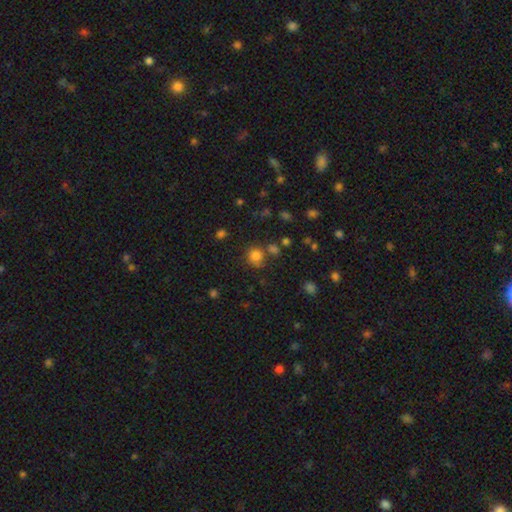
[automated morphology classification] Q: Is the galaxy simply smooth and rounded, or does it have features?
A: smooth — 80%.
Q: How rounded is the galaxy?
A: round — 86%.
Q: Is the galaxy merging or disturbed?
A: none — 67%.